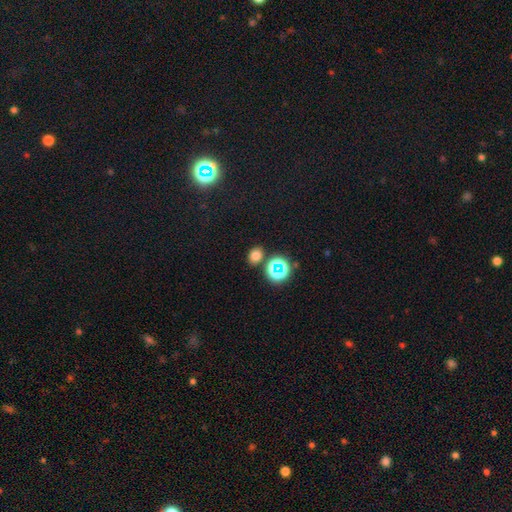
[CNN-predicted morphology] smooth_or_featured: smooth (p=0.71) [alt: star or artifact p=0.23]
how_rounded: round (p=0.50) [alt: in between p=0.49]
merging: none (p=0.80) [alt: minor disturbance p=0.09]